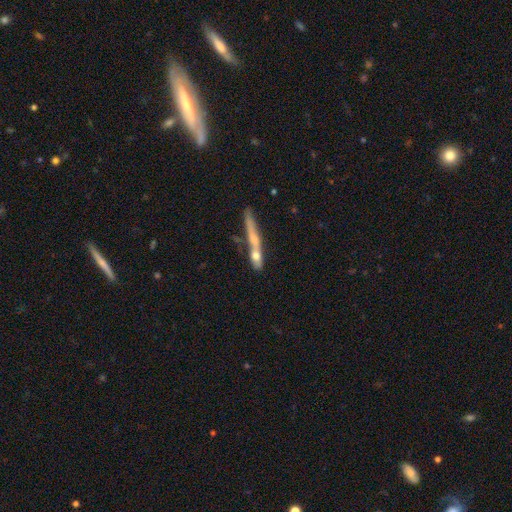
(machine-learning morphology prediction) Smooth or featured: smooth — 52% (featured or disk — 39%)
How rounded: cigar-shaped — 75% (in between — 19%)
Merging: merger — 42% (none — 30%)